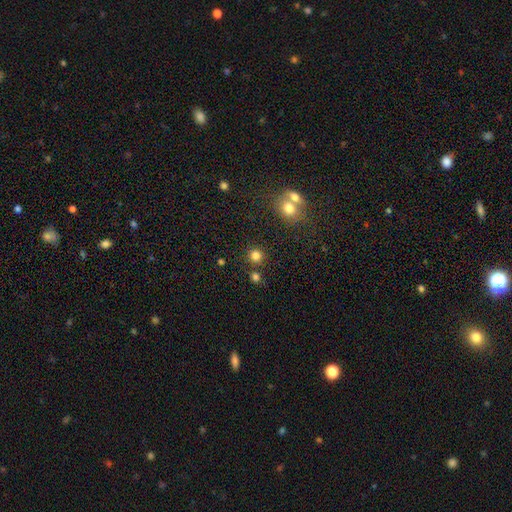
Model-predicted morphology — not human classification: The model was most divided on "smooth or featured": smooth: 80%, star or artifact: 15%, featured or disk: 6%. More confident: how rounded — round (91%); merging — none (81%).